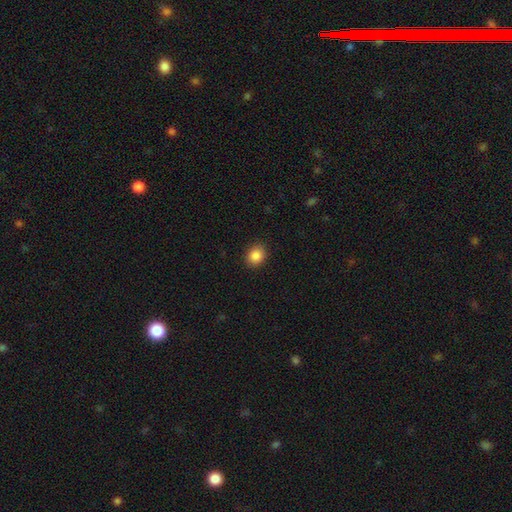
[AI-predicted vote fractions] Overall: smooth (87%). How rounded: round (64%; in between 36%). Merging: none (90%).